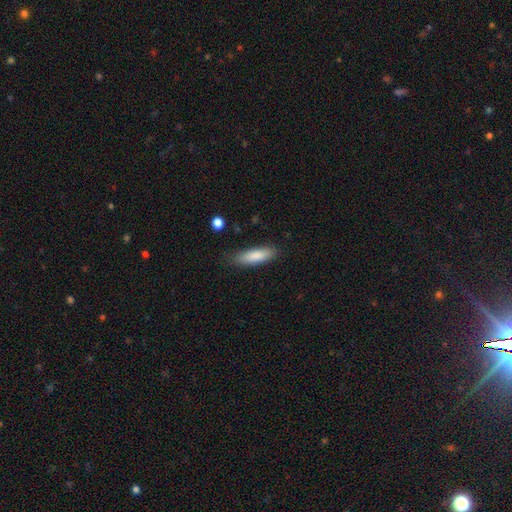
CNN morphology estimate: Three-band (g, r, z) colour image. It shows a smooth galaxy with no disk features (85%) that is cigar-shaped (54%). Merging: none (80%).